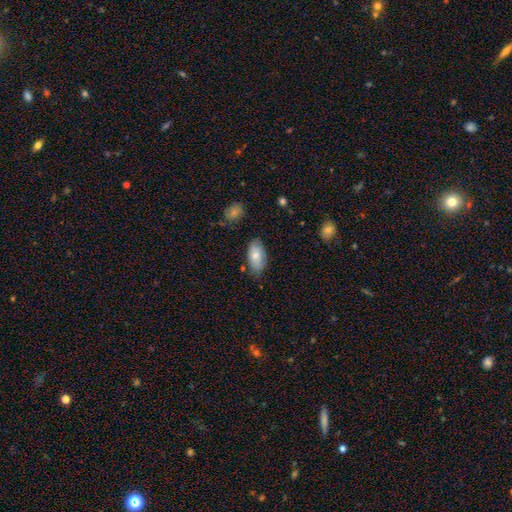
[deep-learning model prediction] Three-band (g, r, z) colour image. It shows a smooth galaxy with no disk features (75%) that is in between round and cigar-shaped (94%). Merging: none (72%).